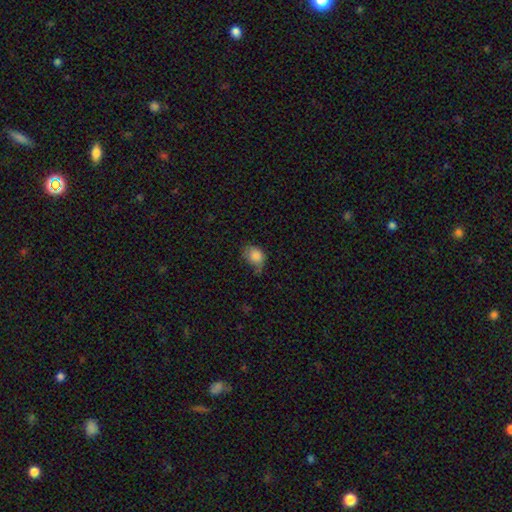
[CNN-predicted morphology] smooth 84%, star or artifact 9%, featured or disk 7%. Down the decision tree: how rounded — in between (55%); merging — minor disturbance (40%).